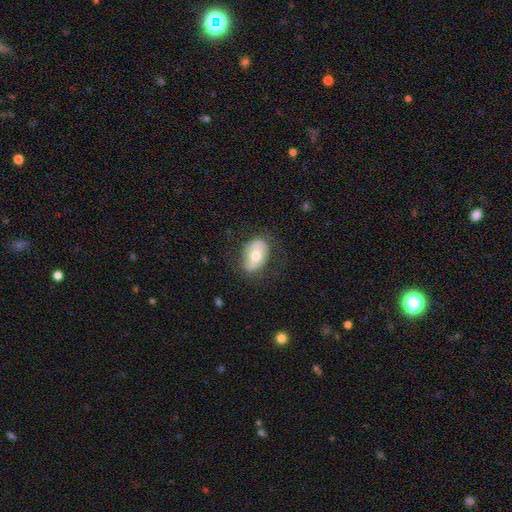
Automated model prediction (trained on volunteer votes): A smooth galaxy with no disk features (59%) that is in between round and cigar-shaped (86%). Merging: none (72%).